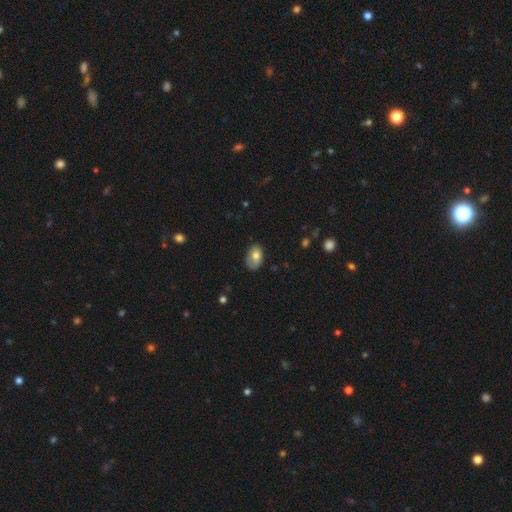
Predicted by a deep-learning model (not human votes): A smooth galaxy with no disk features (72%) that is in between round and cigar-shaped (88%). Merging: none (59%).